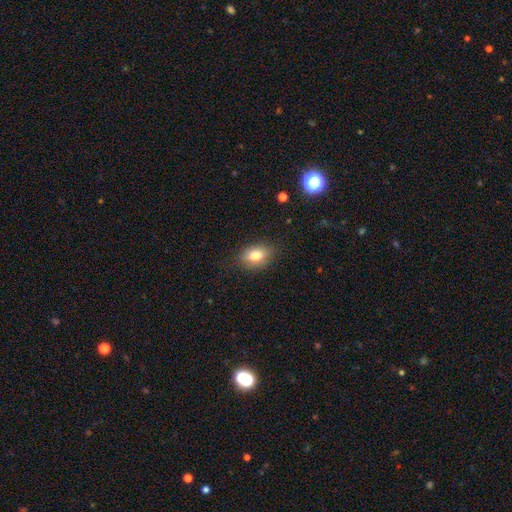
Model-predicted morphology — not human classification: A smooth galaxy with no disk features (80%) that is in between round and cigar-shaped (80%).

Vote fractions:
- Smooth or featured? smooth: 80% / featured or disk: 11% / star or artifact: 9%
- How rounded? in between: 80% / round: 18% / cigar-shaped: 2%
- Merging? none: 82% / minor disturbance: 13% / major disturbance: 3% / merger: 1%